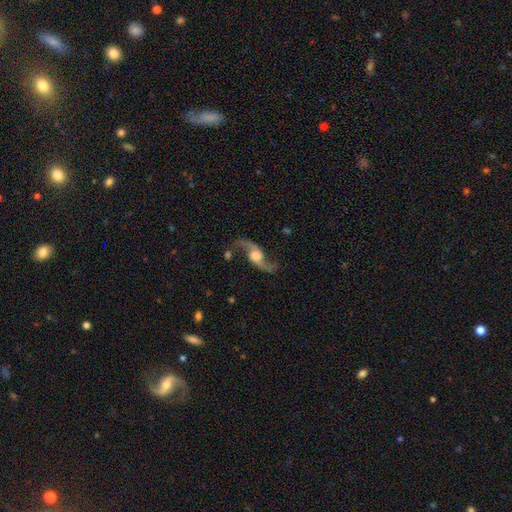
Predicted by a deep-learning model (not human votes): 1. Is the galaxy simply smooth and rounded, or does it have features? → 90% featured or disk, 5% smooth, 5% star or artifact.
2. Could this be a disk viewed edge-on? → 94% no, 6% yes.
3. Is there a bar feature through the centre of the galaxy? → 63% no, 27% weak, 10% strong.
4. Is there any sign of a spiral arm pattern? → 97% yes, 3% no.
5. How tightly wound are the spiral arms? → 86% loose, 11% medium, 3% tight.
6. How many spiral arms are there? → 95% 2, 1% 1, 1% can't tell, 1% 3, 1% 4, 1% more than 4.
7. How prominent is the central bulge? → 62% moderate, 22% large, 12% small, 2% dominant, 2% none.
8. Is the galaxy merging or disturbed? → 77% none, 13% minor disturbance, 6% major disturbance, 3% merger.